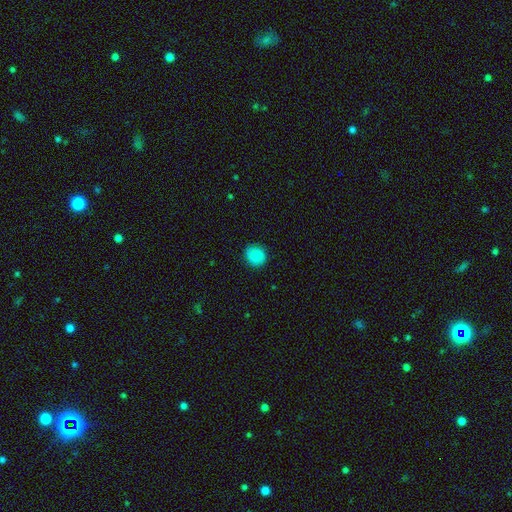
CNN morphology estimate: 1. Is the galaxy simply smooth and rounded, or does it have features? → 88% smooth, 9% star or artifact, 4% featured or disk.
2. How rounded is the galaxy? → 86% round, 13% in between, 1% cigar-shaped.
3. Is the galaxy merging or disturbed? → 89% none, 8% minor disturbance, 2% major disturbance, 1% merger.